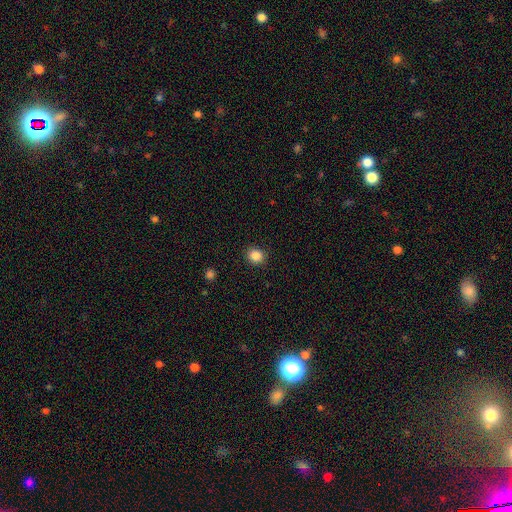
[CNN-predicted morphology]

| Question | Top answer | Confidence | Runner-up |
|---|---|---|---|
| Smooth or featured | smooth | 86% | star or artifact (11%) |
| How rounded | round | 76% | in between (24%) |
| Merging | none | 90% | minor disturbance (7%) |